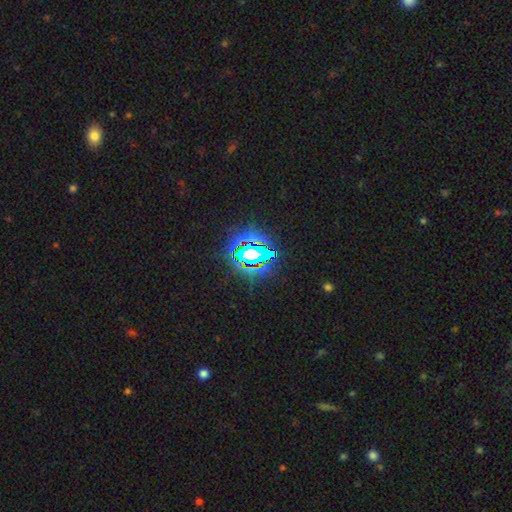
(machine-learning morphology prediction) type=star or artifact (82%).